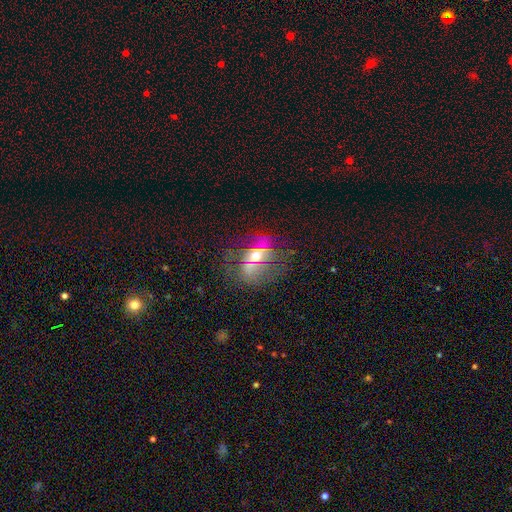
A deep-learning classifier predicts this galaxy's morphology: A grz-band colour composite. It shows a featured or disk galaxy (50%). Merging: none (63%).